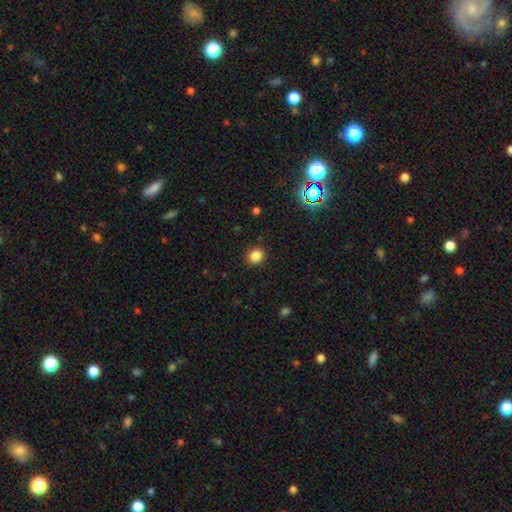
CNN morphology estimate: A smooth galaxy with no disk features (85%) that is round (64%). Merging: none (89%).